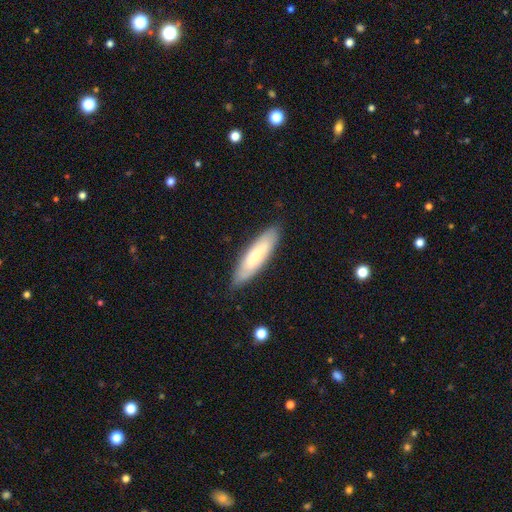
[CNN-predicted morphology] type=smooth (56%); roundness=cigar-shaped (63%); merging=none (85%).